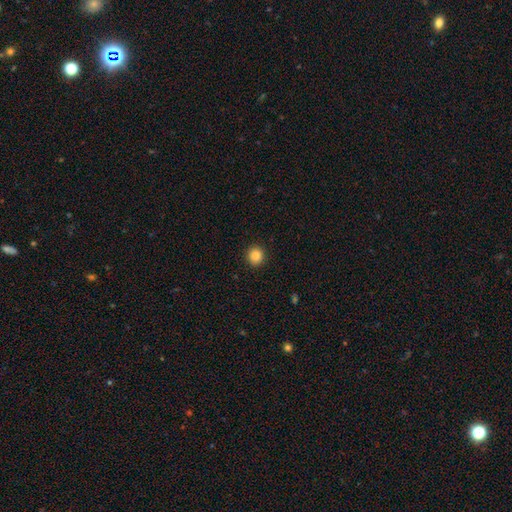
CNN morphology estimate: The model was most divided on "smooth or featured": smooth: 85%, star or artifact: 11%, featured or disk: 5%. More confident: merging — none (93%); how rounded — round (92%).